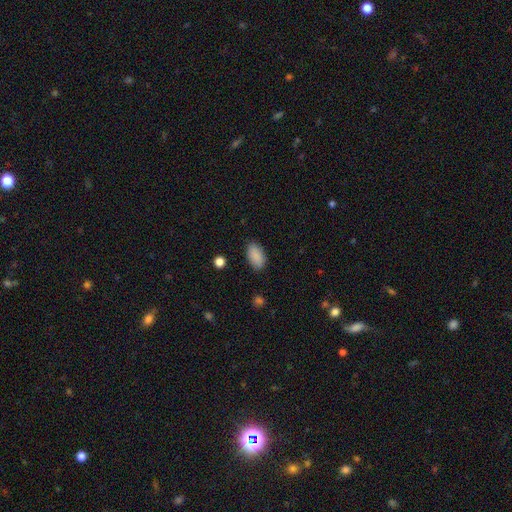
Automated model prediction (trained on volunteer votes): A smooth galaxy with no disk features (89%) that is in between round and cigar-shaped (93%).

Vote fractions:
- Smooth or featured? smooth: 89% / star or artifact: 7% / featured or disk: 4%
- How rounded? in between: 93% / round: 5% / cigar-shaped: 2%
- Merging? none: 86% / minor disturbance: 11% / major disturbance: 3% / merger: 1%